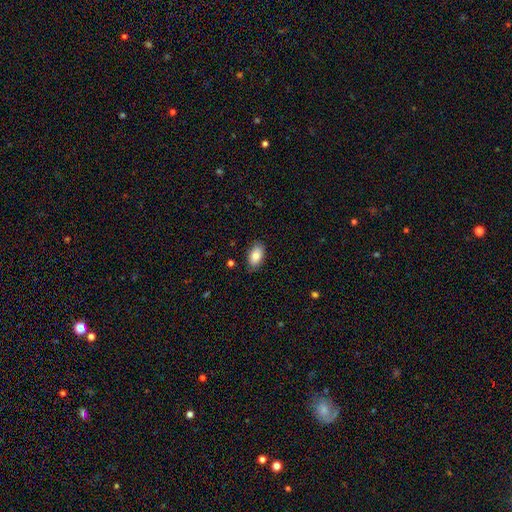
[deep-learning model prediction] This appears to be a smooth galaxy with no disk features (82%) that is in between round and cigar-shaped (93%). Merging: none (85%).